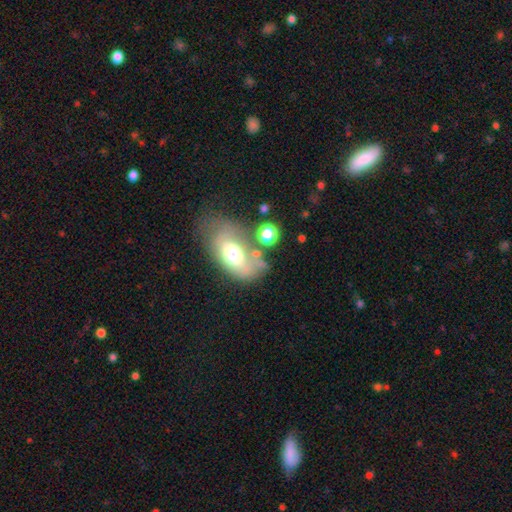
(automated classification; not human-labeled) A smooth galaxy with no disk features (54%) that is in between round and cigar-shaped (89%). Merging: none (40%).